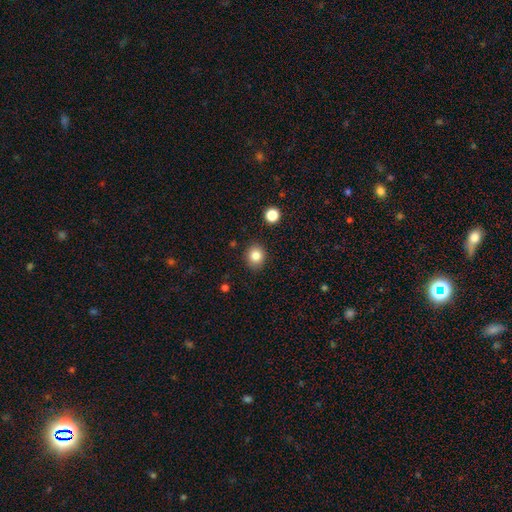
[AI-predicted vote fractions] Smooth or featured: smooth — 83% (star or artifact — 11%)
How rounded: round — 73% (in between — 26%)
Merging: none — 88% (minor disturbance — 8%)